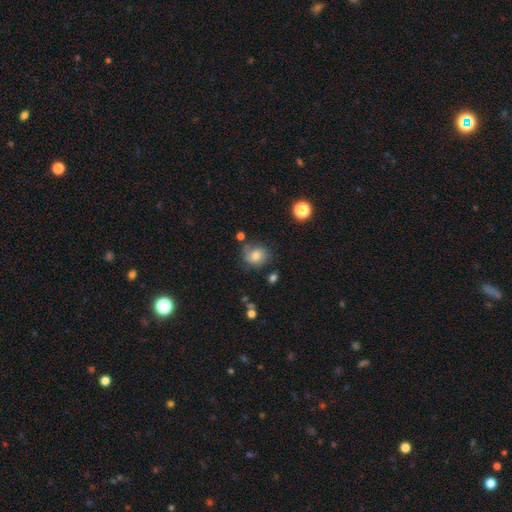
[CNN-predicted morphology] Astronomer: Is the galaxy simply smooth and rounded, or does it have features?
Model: smooth — 61%.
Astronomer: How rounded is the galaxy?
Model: round — 69%.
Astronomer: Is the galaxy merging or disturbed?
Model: none — 58%.